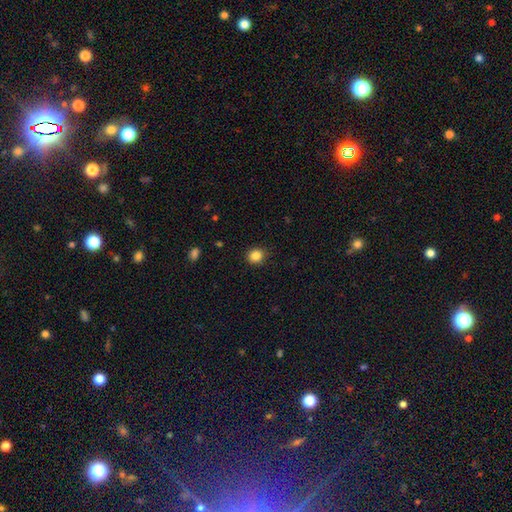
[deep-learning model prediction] Smooth or featured?
  - smooth: 85% *
  - star or artifact: 11%
  - featured or disk: 4%
How rounded?
  - round: 85% *
  - in between: 14%
  - cigar-shaped: 1%
Merging?
  - none: 89% *
  - minor disturbance: 8%
  - major disturbance: 2%
  - merger: 1%